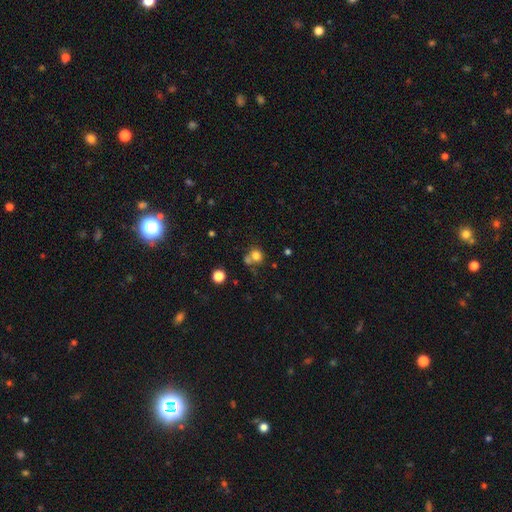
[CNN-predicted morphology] Smooth or featured? smooth (76%)
How rounded? round (81%)
Merging? none (53%)